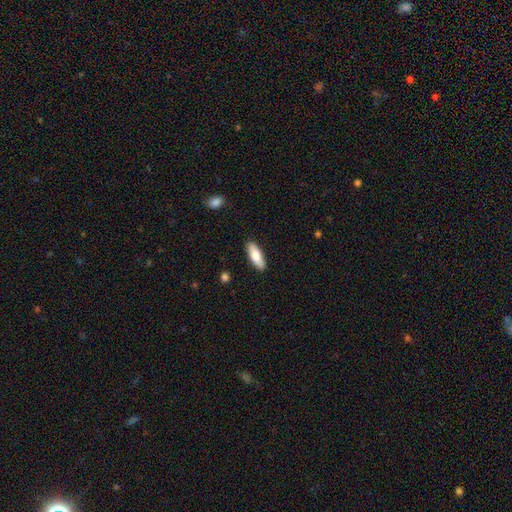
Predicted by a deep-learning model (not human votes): Smooth or featured?
  - smooth: 81% *
  - featured or disk: 14%
  - star or artifact: 5%
How rounded?
  - in between: 62% *
  - cigar-shaped: 36%
  - round: 2%
Merging?
  - none: 88% *
  - minor disturbance: 9%
  - major disturbance: 2%
  - merger: 1%